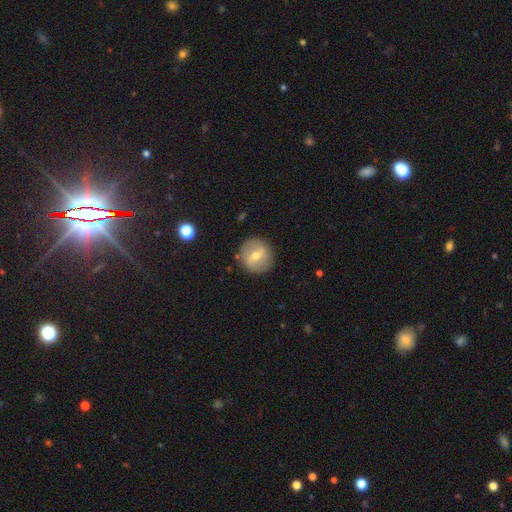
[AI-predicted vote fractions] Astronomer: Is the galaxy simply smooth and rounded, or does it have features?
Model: smooth — 49% (runner-up: featured or disk, 42%).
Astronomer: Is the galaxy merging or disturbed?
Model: none — 88%.